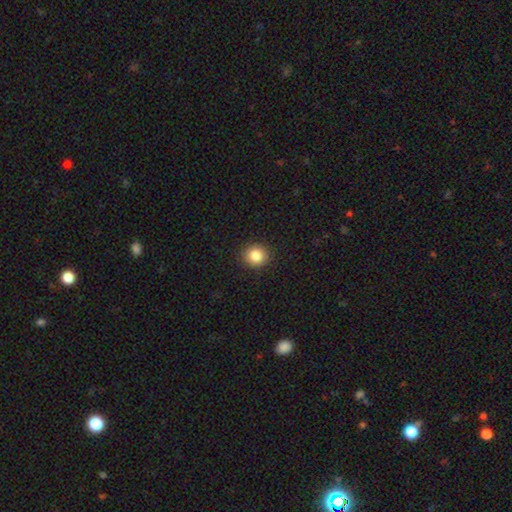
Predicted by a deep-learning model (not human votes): smooth 84%, star or artifact 10%, featured or disk 6%. Down the decision tree: how rounded — round (88%); merging — none (91%).